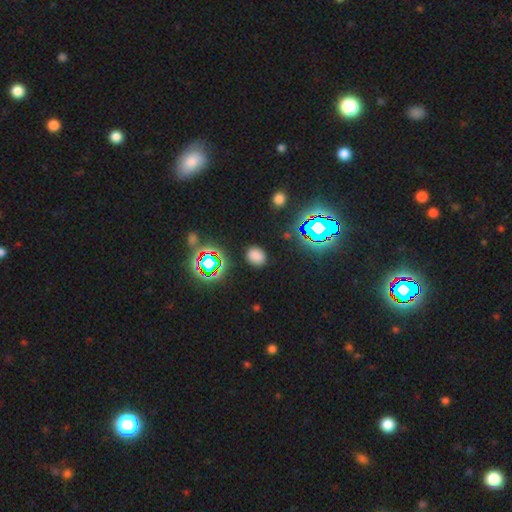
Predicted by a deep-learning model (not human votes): Overall: smooth (70%). How rounded: round (56%; in between 43%). Merging: none (86%).